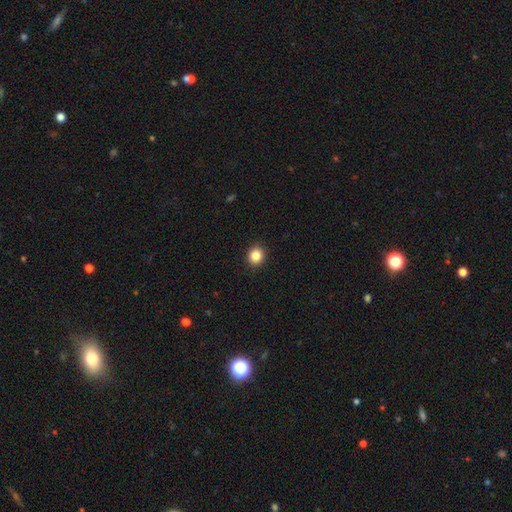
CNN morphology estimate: Smooth or featured: smooth — 85% (star or artifact — 10%)
How rounded: round — 87% (in between — 12%)
Merging: none — 93% (minor disturbance — 5%)